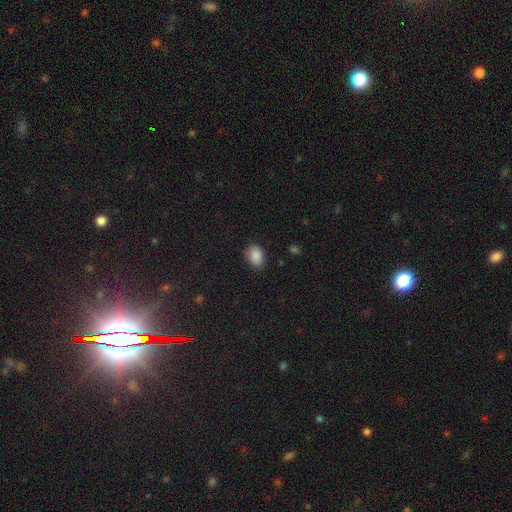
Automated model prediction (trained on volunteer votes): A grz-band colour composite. It shows a smooth galaxy with no disk features (88%) that is in between round and cigar-shaped (77%). Merging: none (82%).